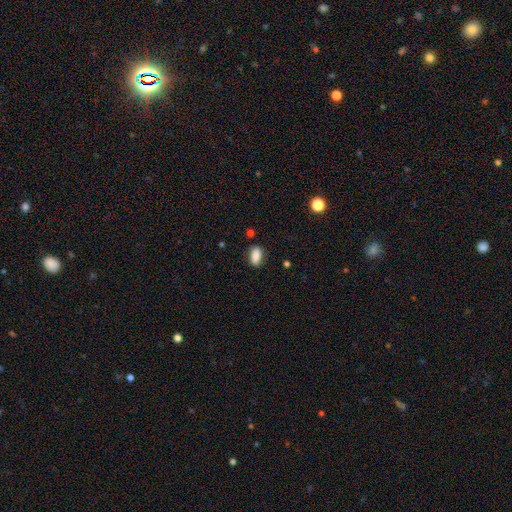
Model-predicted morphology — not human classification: Smooth or featured? smooth (86%)
How rounded? in between (86%)
Merging? none (78%)